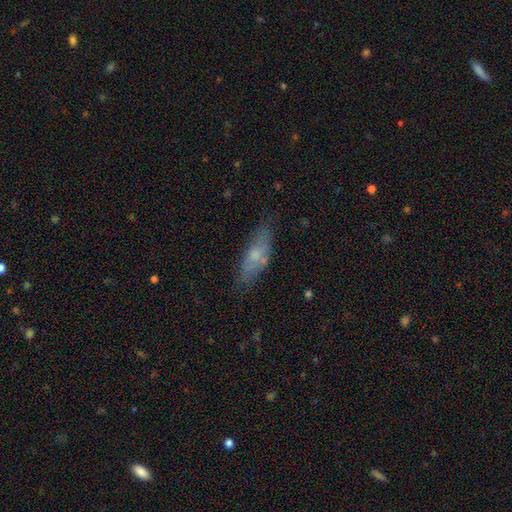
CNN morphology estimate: This is likely a smooth galaxy (60%). How rounded: possibly in between (56%). Merging: likely none (67%).